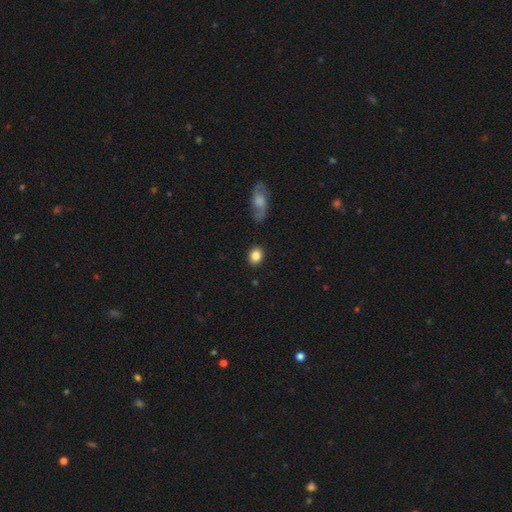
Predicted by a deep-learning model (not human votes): This is clearly a smooth galaxy (85%). How rounded: possibly in between (51%). Merging: clearly none (87%).